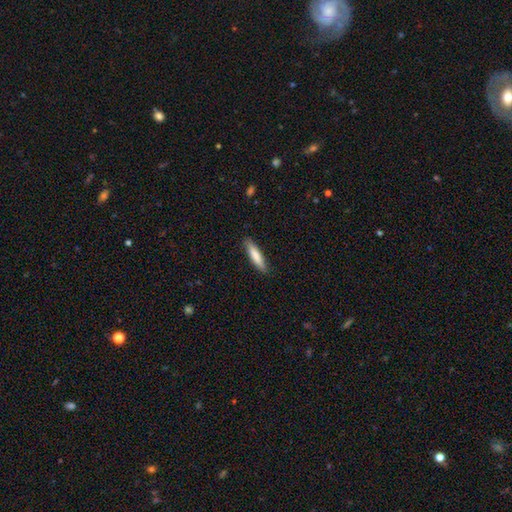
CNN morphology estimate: The model was most divided on "how rounded": cigar-shaped: 80%, in between: 19%, round: 1%. More confident: merging — none (87%); smooth or featured — smooth (82%).